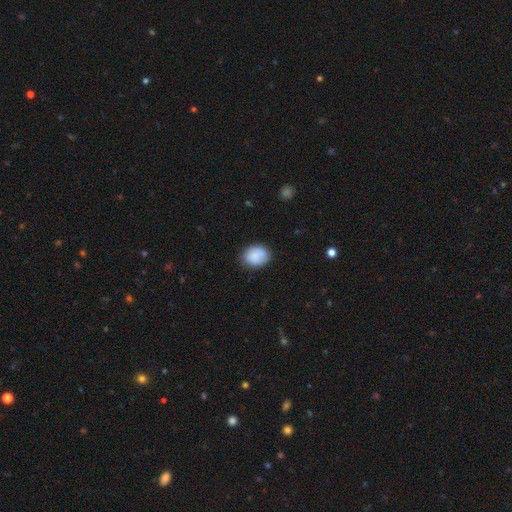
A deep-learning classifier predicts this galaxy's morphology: type=smooth (88%); roundness=in between (61%); merging=none (81%).